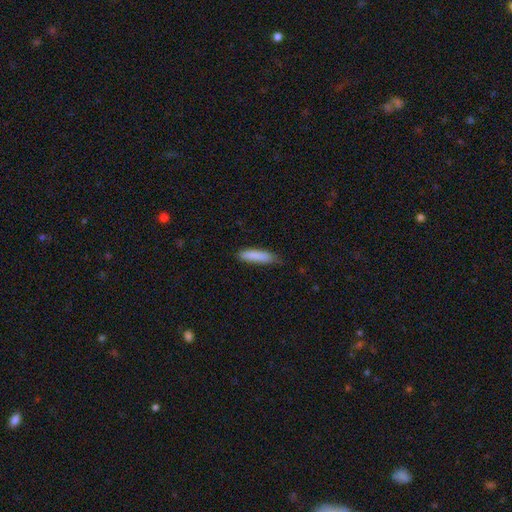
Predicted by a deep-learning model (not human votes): Smooth or featured?
  - smooth: 86% *
  - featured or disk: 7%
  - star or artifact: 7%
How rounded?
  - cigar-shaped: 75% *
  - in between: 24%
  - round: 1%
Merging?
  - none: 74% *
  - minor disturbance: 21%
  - major disturbance: 3%
  - merger: 1%